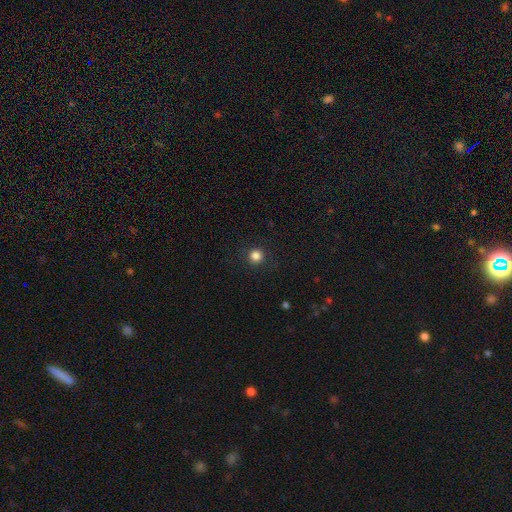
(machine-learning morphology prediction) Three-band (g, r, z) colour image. It shows a smooth galaxy with no disk features (84%) that is round (95%). Merging: none (91%).